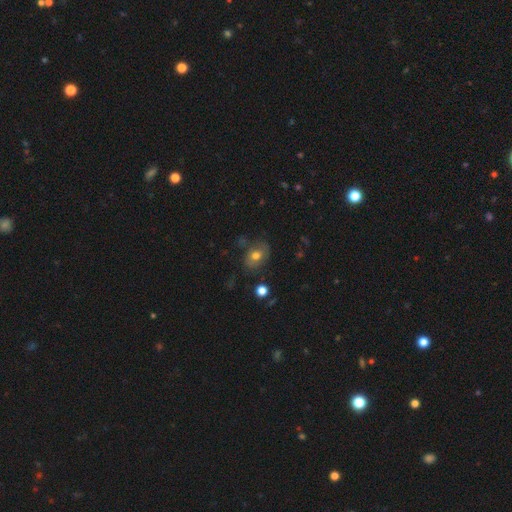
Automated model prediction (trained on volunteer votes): Smooth or featured?
  - smooth: 68% *
  - featured or disk: 21%
  - star or artifact: 11%
How rounded?
  - in between: 64% *
  - round: 34%
  - cigar-shaped: 1%
Merging?
  - none: 68% *
  - minor disturbance: 21%
  - major disturbance: 7%
  - merger: 3%